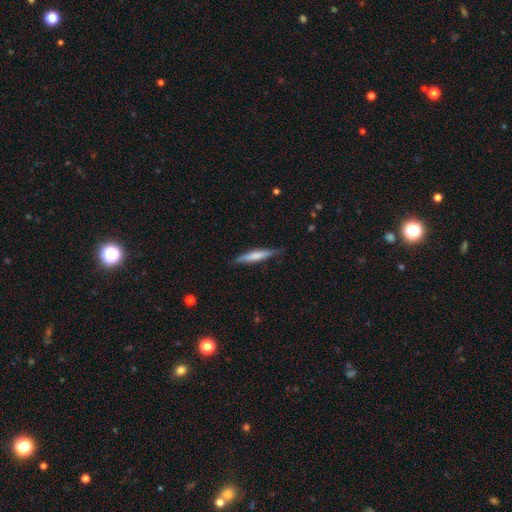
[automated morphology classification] smooth 57%, featured or disk 37%, star or artifact 6%. Down the decision tree: how rounded — cigar-shaped (89%); merging — none (82%).